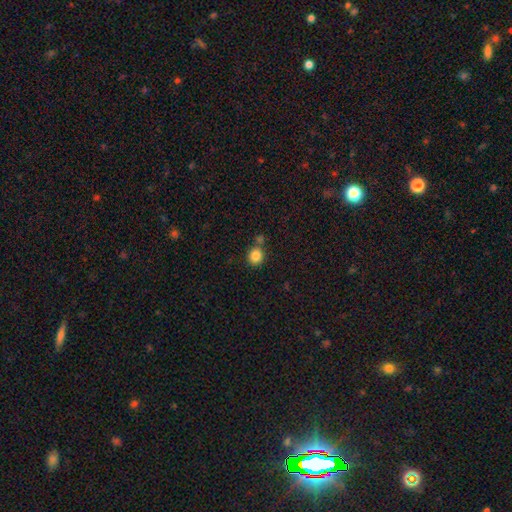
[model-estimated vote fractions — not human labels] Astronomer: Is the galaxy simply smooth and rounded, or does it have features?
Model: smooth — 85%.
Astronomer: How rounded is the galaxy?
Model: round — 85%.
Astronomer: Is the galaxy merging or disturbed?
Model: none — 71%.